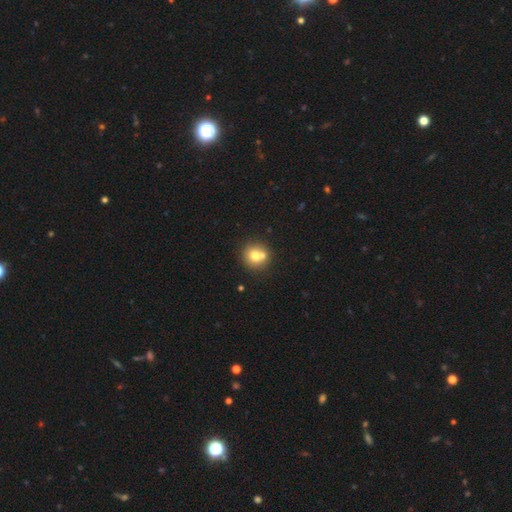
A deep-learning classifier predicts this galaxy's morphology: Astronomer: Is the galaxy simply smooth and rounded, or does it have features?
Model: smooth — 70%.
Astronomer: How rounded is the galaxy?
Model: round — 89%.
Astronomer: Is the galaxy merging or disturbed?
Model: none — 55% (runner-up: merger, 33%).